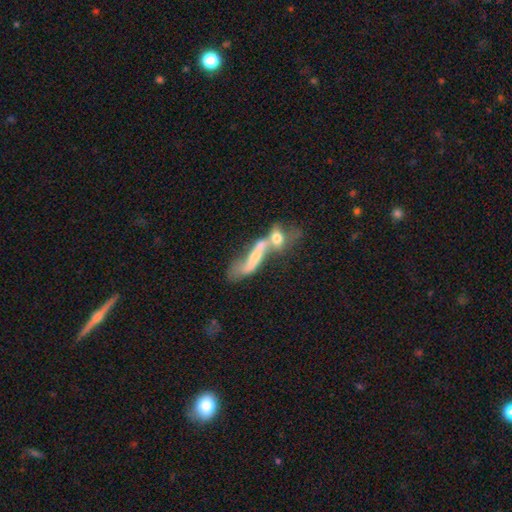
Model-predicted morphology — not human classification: A featured or disk galaxy (50%).

Vote fractions:
- Smooth or featured? featured or disk: 50% / smooth: 35% / star or artifact: 15%
- Merging? merger: 48% / none: 30% / minor disturbance: 11% / major disturbance: 11%